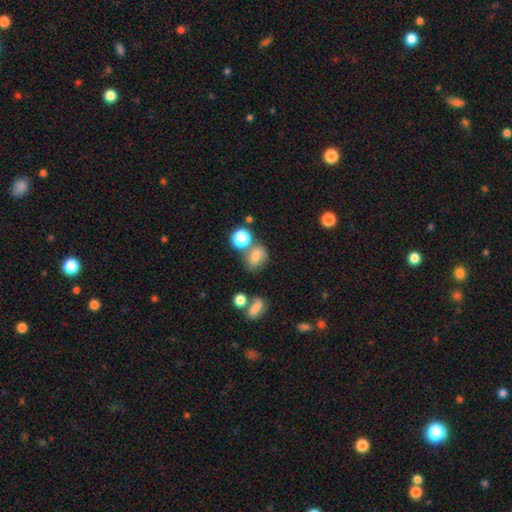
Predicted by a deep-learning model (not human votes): Smooth or featured: smooth — 62% (featured or disk — 21%)
How rounded: in between — 54% (round — 45%)
Merging: none — 49% (minor disturbance — 21%)